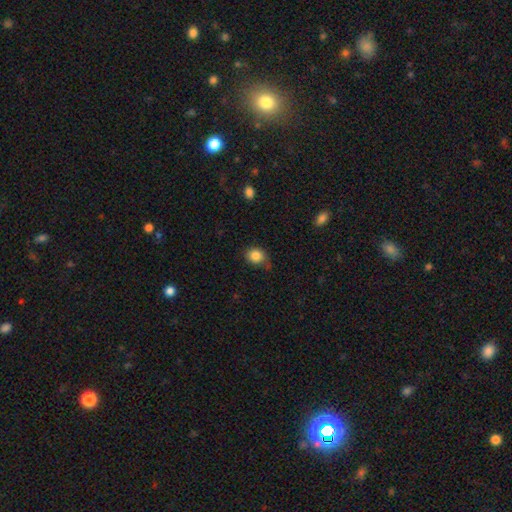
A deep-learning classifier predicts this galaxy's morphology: This appears to be a smooth galaxy with no disk features (85%) that is round (64%). Merging: none (62%).